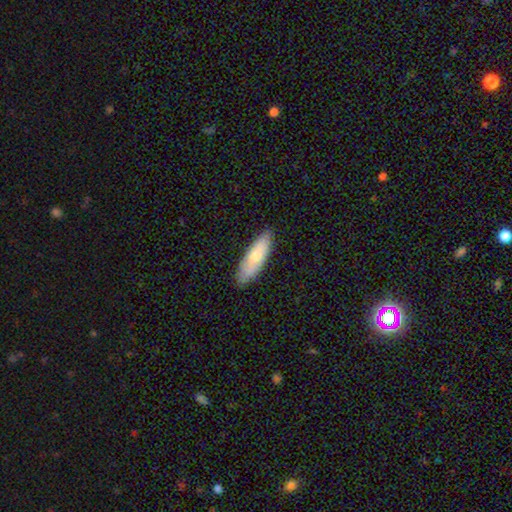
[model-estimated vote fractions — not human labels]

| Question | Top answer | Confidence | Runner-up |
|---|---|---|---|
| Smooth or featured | smooth | 71% | featured or disk (23%) |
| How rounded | in between | 50% | cigar-shaped (48%) |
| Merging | none | 85% | minor disturbance (12%) |